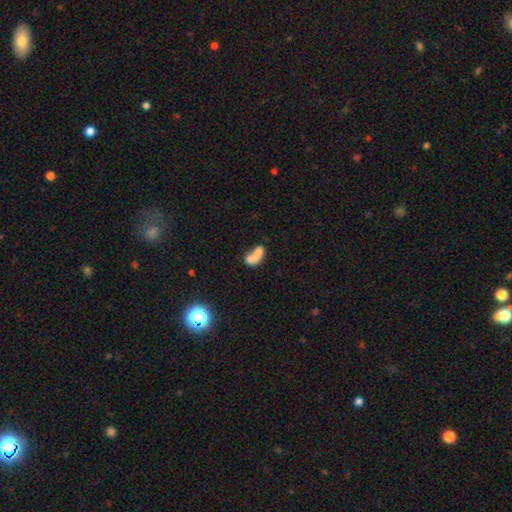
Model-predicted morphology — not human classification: Smooth or featured? smooth (67%)
How rounded? in between (77%)
Merging? merger (49%)